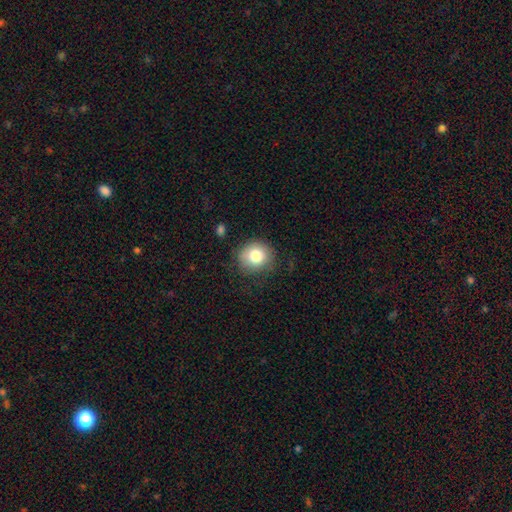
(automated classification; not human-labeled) This is likely a smooth galaxy (80%). How rounded: clearly round (84%). Merging: likely none (76%).